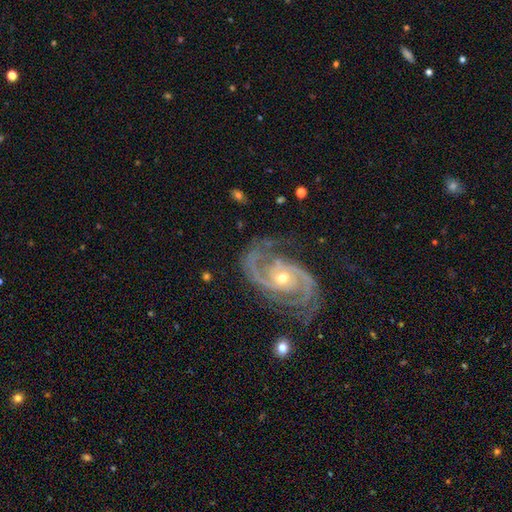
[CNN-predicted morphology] This appears to be a featured or disk galaxy (92%) with no bar (67%), 2 (73%) tight (48%) spiral arms (99%) and a moderate central bulge (52%). Merging: none (73%).